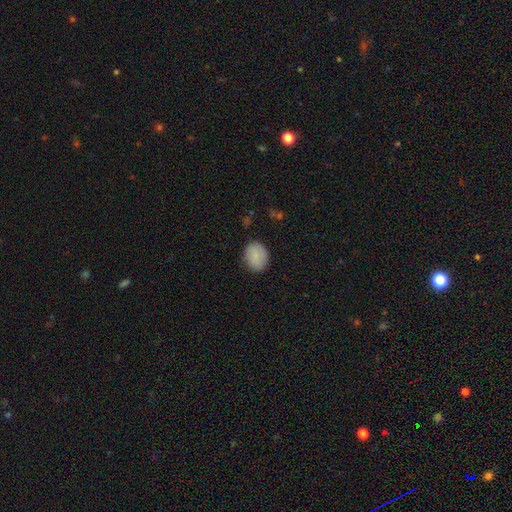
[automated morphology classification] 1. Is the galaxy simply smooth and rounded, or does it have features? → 87% smooth, 7% star or artifact, 5% featured or disk.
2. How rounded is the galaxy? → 50% in between, 49% round, 1% cigar-shaped.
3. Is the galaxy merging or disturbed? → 84% none, 12% minor disturbance, 3% major disturbance, 1% merger.